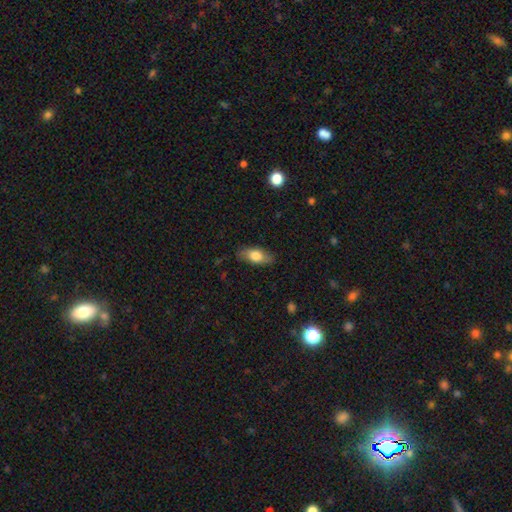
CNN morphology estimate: This is likely a smooth galaxy (73%). How rounded: clearly in between (83%). Merging: clearly none (83%).